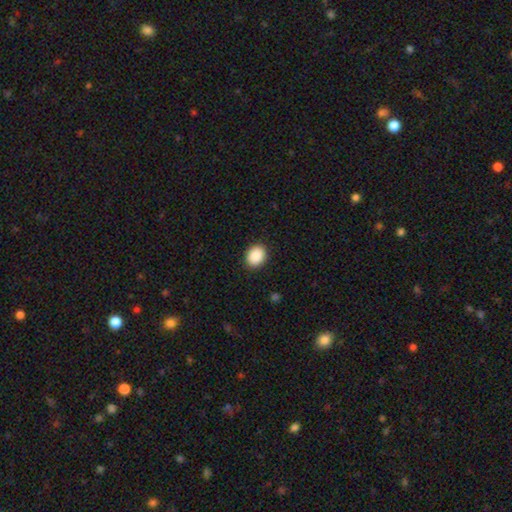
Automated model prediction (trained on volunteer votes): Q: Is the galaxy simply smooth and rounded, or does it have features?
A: smooth — 90%.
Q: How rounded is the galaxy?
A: in between — 50%.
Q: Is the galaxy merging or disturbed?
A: none — 90%.